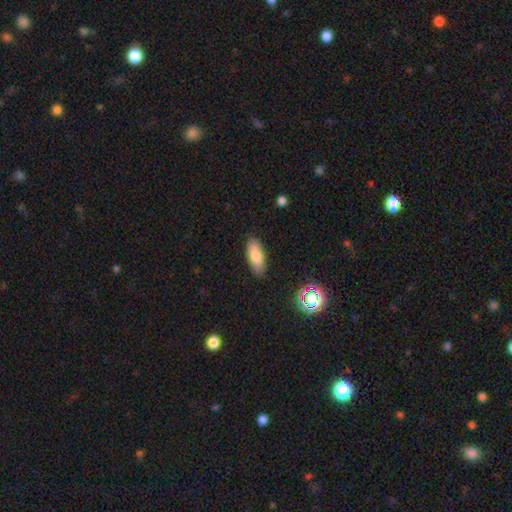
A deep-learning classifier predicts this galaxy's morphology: A smooth galaxy with no disk features (80%) that is in between round and cigar-shaped (80%).

Vote fractions:
- Smooth or featured? smooth: 80% / featured or disk: 12% / star or artifact: 8%
- How rounded? in between: 80% / cigar-shaped: 18% / round: 2%
- Merging? none: 87% / minor disturbance: 10% / major disturbance: 2% / merger: 1%